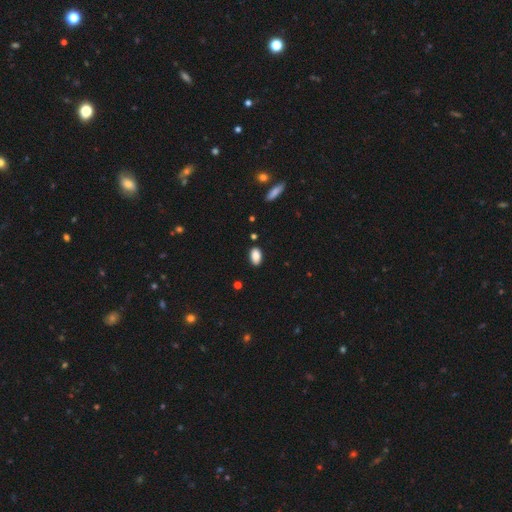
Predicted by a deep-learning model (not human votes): Q: Smooth or featured?
A: smooth (88%); runner-up: star or artifact (8%)
Q: How rounded?
A: in between (92%); runner-up: round (5%)
Q: Merging?
A: none (86%); runner-up: minor disturbance (10%)